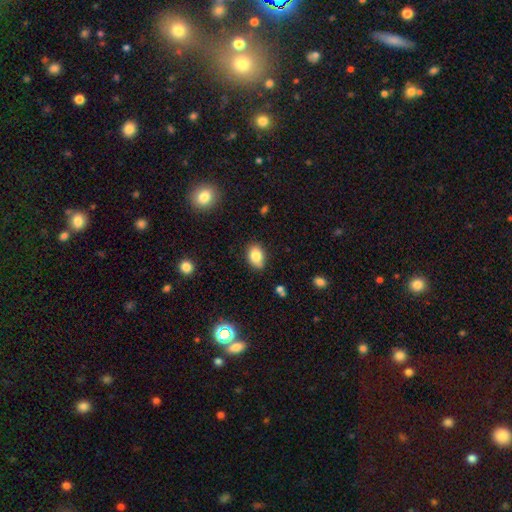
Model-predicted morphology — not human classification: A smooth galaxy with no disk features (82%) that is in between round and cigar-shaped (77%).

Vote fractions:
- Smooth or featured? smooth: 82% / star or artifact: 10% / featured or disk: 9%
- How rounded? in between: 77% / round: 22% / cigar-shaped: 1%
- Merging? none: 73% / minor disturbance: 21% / major disturbance: 4% / merger: 3%